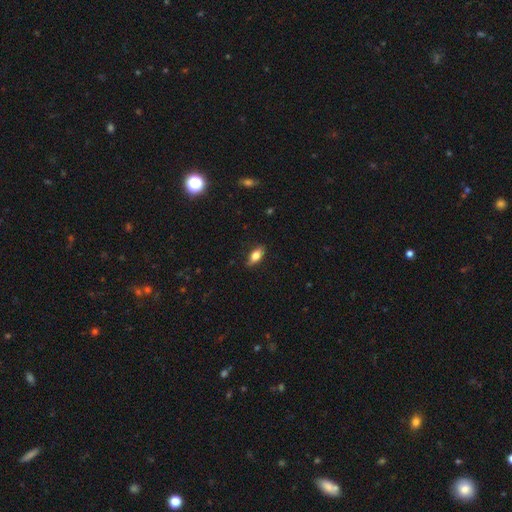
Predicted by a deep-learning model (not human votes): Smooth or featured? smooth (73%)
How rounded? in between (80%)
Merging? none (85%)